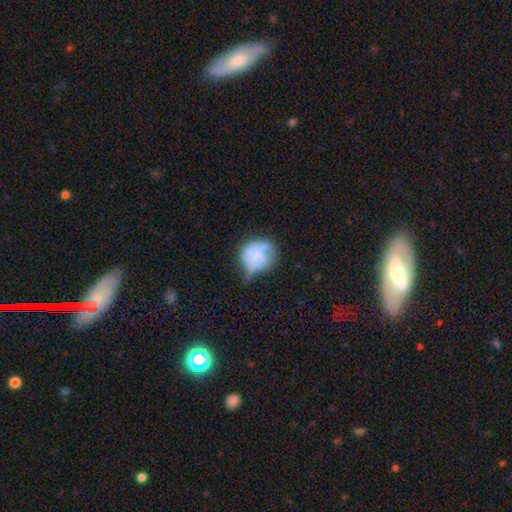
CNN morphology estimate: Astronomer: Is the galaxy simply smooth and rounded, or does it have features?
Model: smooth — 54% (runner-up: featured or disk, 38%).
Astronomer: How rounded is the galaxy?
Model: round — 77%.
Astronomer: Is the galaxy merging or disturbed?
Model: minor disturbance — 35% (runner-up: none, 27%).